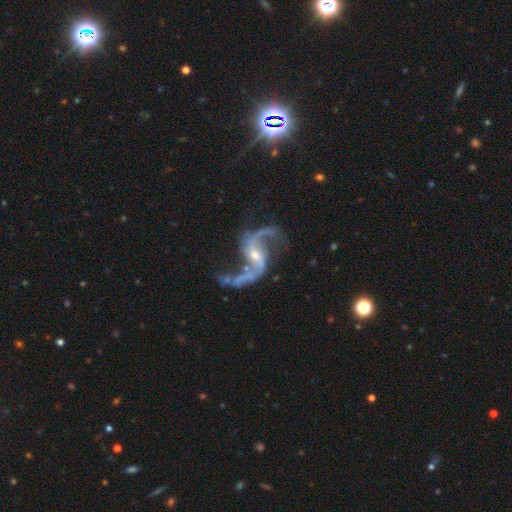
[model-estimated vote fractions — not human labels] featured or disk 91%, star or artifact 6%, smooth 3%. Down the decision tree: edge-on disk — no (97%); bar — weak (44%); spiral arms — yes (96%); spiral arm count — 2 (92%); spiral winding — loose (83%); bulge size — small (57%); merging — none (58%).